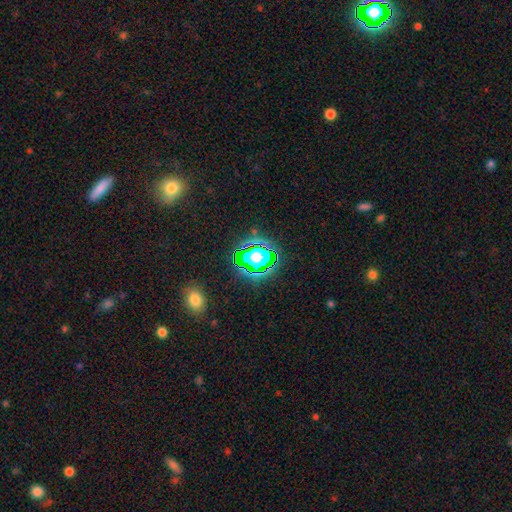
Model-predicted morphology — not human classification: The model was most divided on "smooth or featured": star or artifact: 73%, smooth: 16%, featured or disk: 11%.